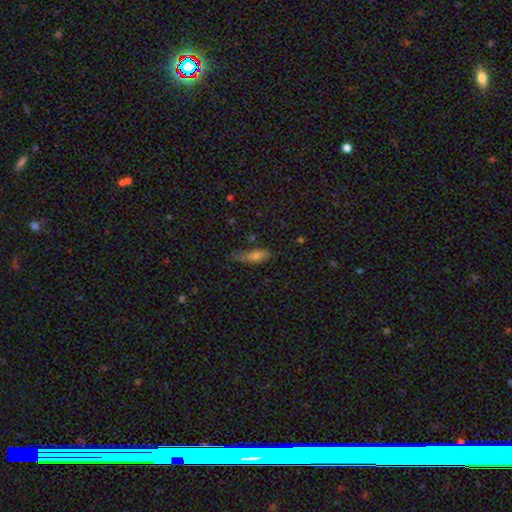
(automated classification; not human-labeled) smooth-or-featured: smooth: 71% | featured or disk: 18% | star or artifact: 11%
  how-rounded: cigar-shaped: 58% | in between: 39% | round: 3%
  merging: none: 59% | minor disturbance: 30% | major disturbance: 8% | merger: 3%